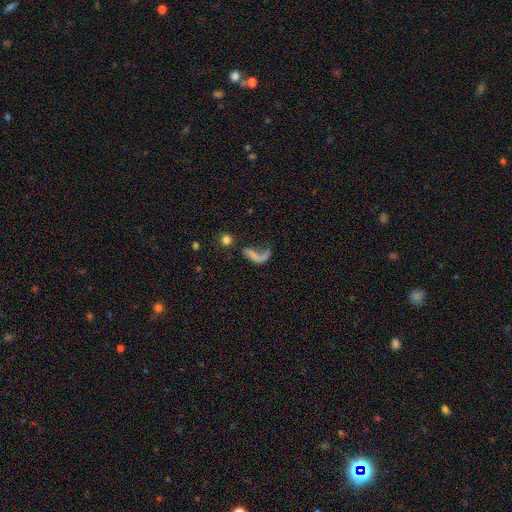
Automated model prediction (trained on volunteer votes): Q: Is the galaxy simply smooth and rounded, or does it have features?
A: featured or disk — 47%.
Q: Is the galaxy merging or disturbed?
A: major disturbance — 43%.